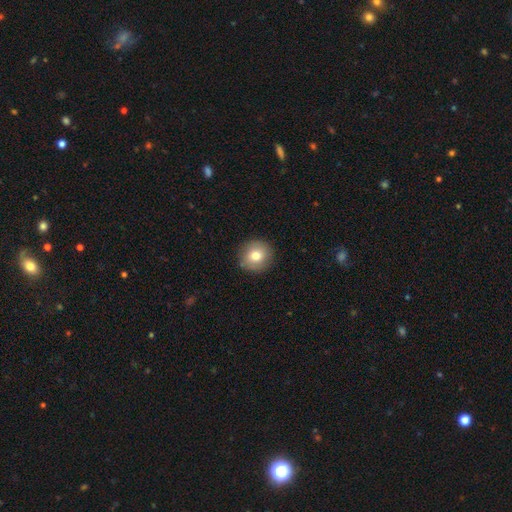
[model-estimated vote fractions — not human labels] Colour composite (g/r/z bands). It shows a smooth galaxy with no disk features (77%) that is round (92%). Merging: none (88%).